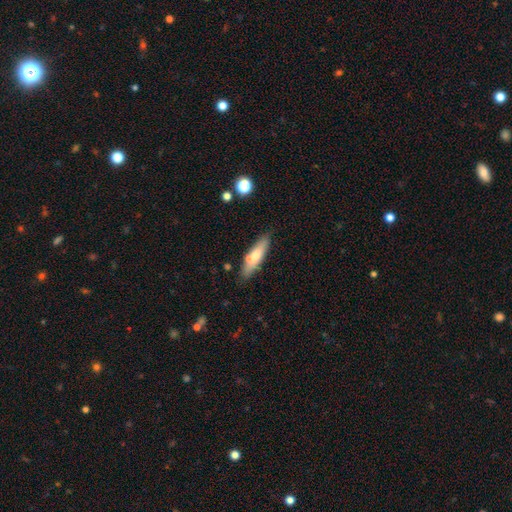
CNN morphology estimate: type=smooth (61%); roundness=cigar-shaped (69%); merging=none (75%).